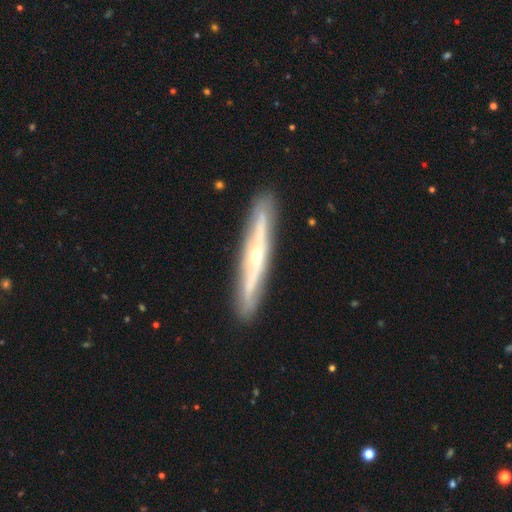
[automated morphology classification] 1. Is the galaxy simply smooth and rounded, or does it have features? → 76% featured or disk, 19% smooth, 5% star or artifact.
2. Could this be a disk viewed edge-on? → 82% yes, 18% no.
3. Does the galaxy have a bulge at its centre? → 80% rounded, 17% none, 3% boxy.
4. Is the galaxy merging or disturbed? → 88% none, 9% minor disturbance, 2% major disturbance, 1% merger.